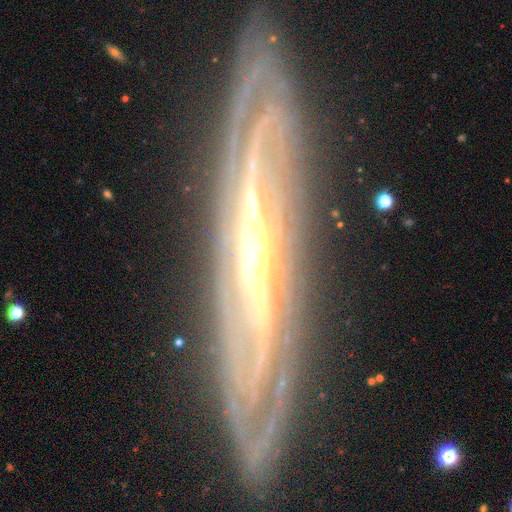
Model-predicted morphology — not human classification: Smooth or featured? Predicted: featured or disk (p=0.86). Edge-on disk? Predicted: yes (p=0.61). Edge-on bulge? Predicted: rounded (p=0.58). Merging? Predicted: none (p=0.80).